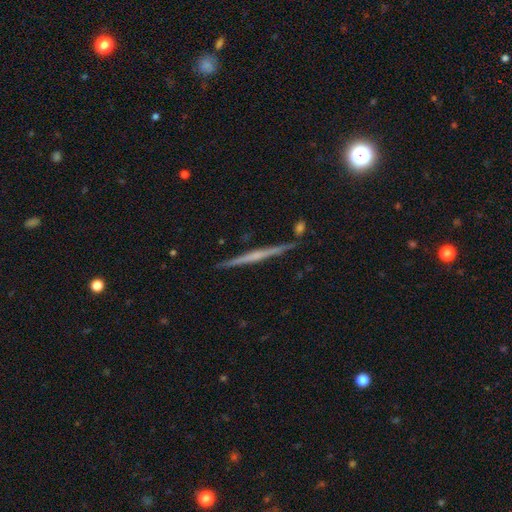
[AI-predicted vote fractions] Q: Smooth or featured?
A: featured or disk (71%); runner-up: smooth (23%)
Q: Edge-on disk?
A: yes (98%); runner-up: no (2%)
Q: Edge-on bulge?
A: none (59%); runner-up: rounded (30%)
Q: Merging?
A: none (89%); runner-up: minor disturbance (7%)